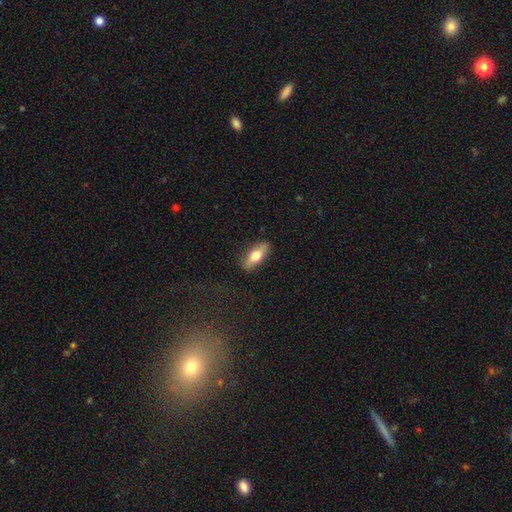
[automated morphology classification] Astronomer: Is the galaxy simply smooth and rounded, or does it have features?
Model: smooth — 60%.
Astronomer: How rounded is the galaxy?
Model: in between — 66%.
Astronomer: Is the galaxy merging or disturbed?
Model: none — 86%.